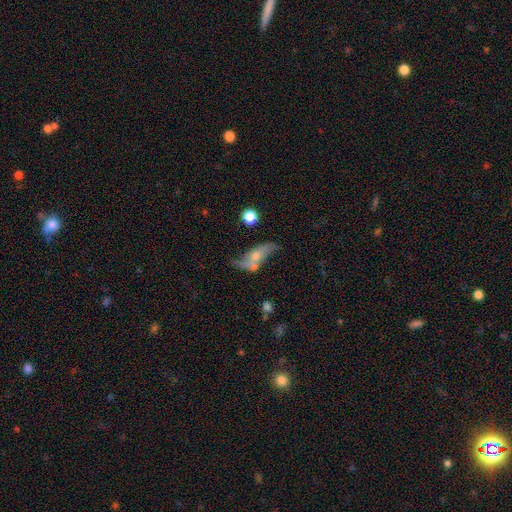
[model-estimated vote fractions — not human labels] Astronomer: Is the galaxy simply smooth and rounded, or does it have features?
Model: featured or disk — 60%.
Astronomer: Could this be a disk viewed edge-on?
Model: no — 76%.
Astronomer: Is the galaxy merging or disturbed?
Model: none — 42% (runner-up: minor disturbance, 23%).